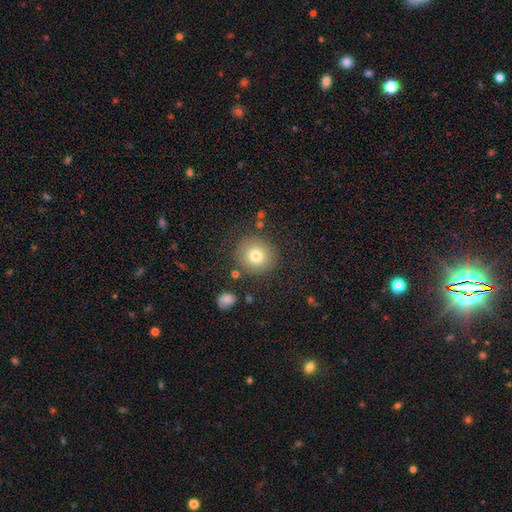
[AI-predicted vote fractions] Morphology: type=smooth (77%); roundness=round (91%); merging=none (84%).